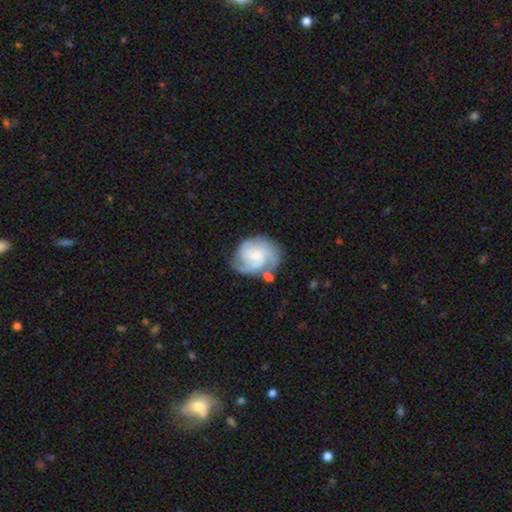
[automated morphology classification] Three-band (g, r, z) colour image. It shows a featured or disk galaxy (81%) with no bar (60%), 3 (48%) medium (44%) spiral arms (96%) and a small central bulge (56%). Merging: none (59%).